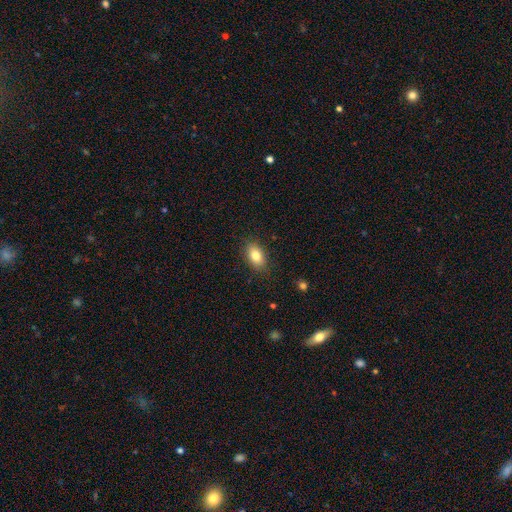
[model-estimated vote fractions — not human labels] Smooth or featured: smooth — 82% (featured or disk — 9%)
How rounded: in between — 89% (round — 9%)
Merging: none — 86% (minor disturbance — 10%)